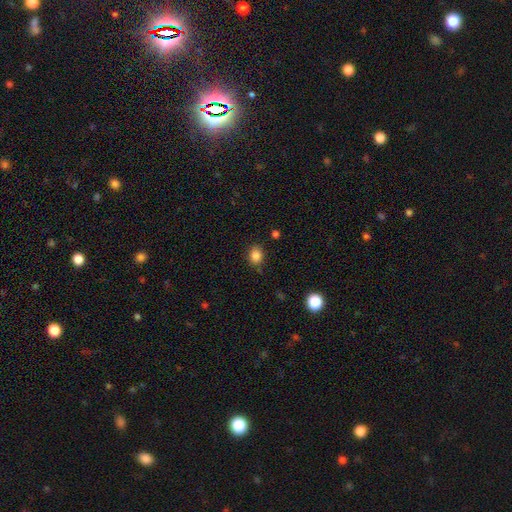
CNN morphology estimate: Q: Smooth or featured?
A: smooth (85%); runner-up: star or artifact (11%)
Q: How rounded?
A: round (50%); runner-up: in between (49%)
Q: Merging?
A: none (80%); runner-up: minor disturbance (14%)